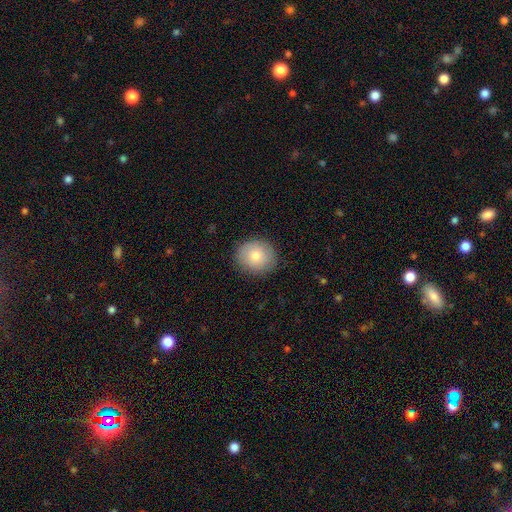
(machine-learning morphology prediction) Overall: smooth (78%). How rounded: round (80%). Merging: none (86%).